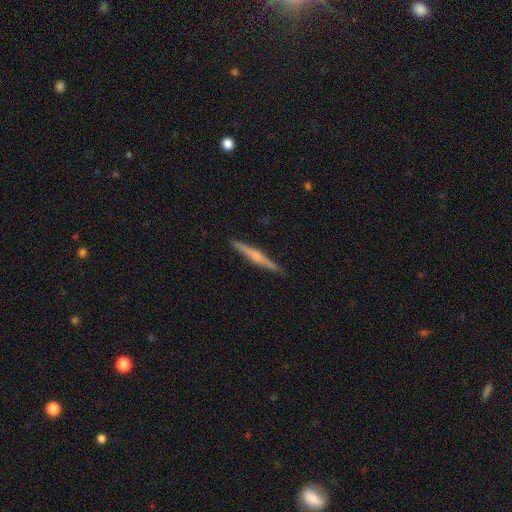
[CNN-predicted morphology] A featured or disk galaxy (64%) viewed edge-on (98%) with a rounded central bulge (65%). Merging: none (91%).